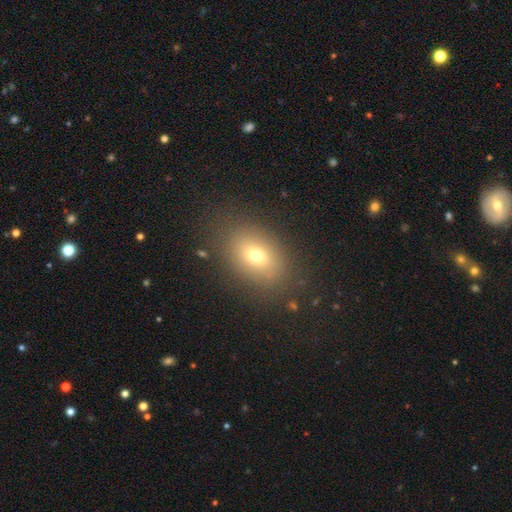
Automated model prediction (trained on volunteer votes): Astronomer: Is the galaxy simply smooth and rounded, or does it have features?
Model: smooth — 69%.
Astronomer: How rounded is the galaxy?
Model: in between — 73%.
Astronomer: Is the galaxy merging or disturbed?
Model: none — 82%.